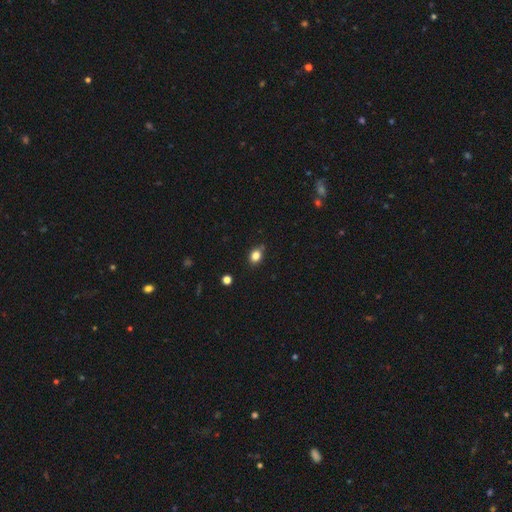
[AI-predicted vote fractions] smooth_or_featured: smooth (p=0.82) [alt: star or artifact p=0.11]
how_rounded: in between (p=0.57) [alt: round p=0.42]
merging: none (p=0.79) [alt: minor disturbance p=0.16]